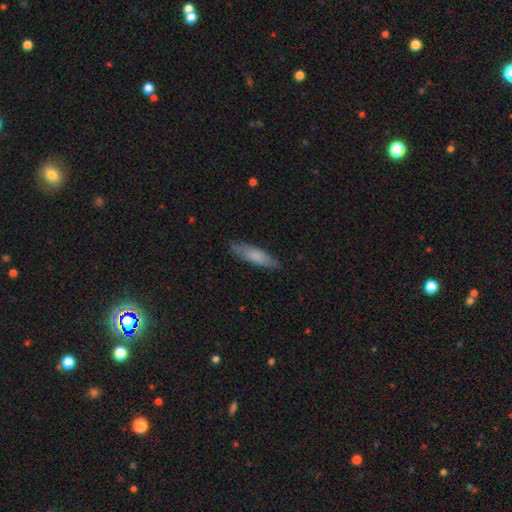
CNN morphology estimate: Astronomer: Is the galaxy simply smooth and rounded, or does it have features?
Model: smooth — 74%.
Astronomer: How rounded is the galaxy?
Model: cigar-shaped — 67%.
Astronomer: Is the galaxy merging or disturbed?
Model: none — 82%.